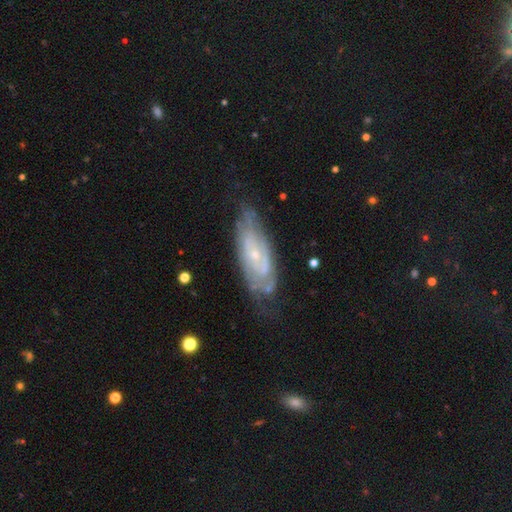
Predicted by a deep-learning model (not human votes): This appears to be a featured or disk galaxy (75%) with no bar (68%), tight (62%) spiral arms (77%) and a small central bulge (73%). Merging: none (61%).